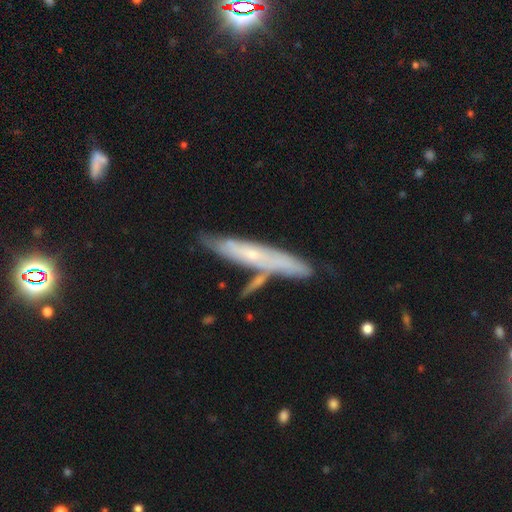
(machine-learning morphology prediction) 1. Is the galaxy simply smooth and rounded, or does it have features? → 56% featured or disk, 37% smooth, 7% star or artifact.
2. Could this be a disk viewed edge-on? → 70% yes, 30% no.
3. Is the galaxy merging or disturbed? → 68% none, 16% minor disturbance, 13% merger, 4% major disturbance.